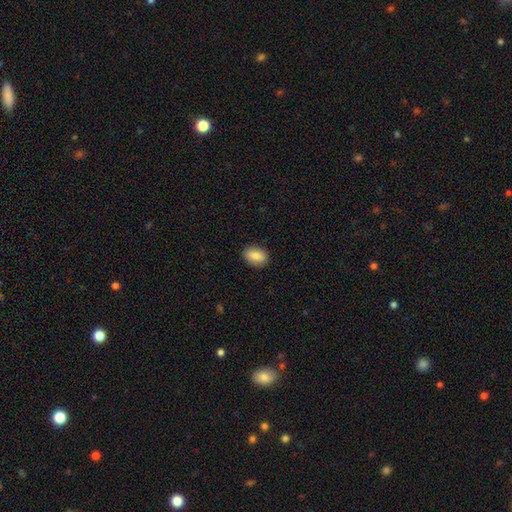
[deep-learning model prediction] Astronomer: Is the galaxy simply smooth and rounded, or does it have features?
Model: smooth — 85%.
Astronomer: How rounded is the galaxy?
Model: in between — 84%.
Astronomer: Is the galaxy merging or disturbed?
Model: none — 89%.